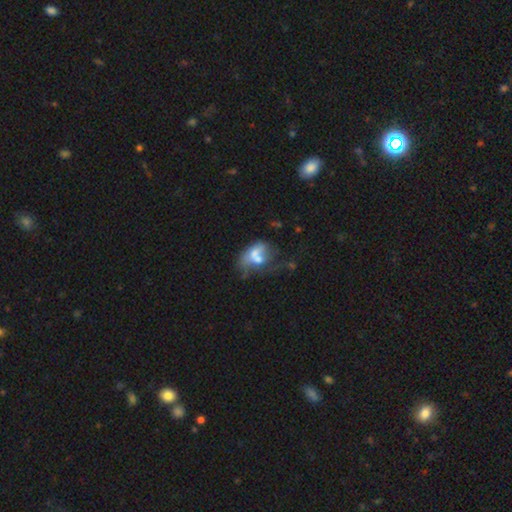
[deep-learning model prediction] This appears to be a smooth galaxy with no disk features (48%). Merging: merger (41%).